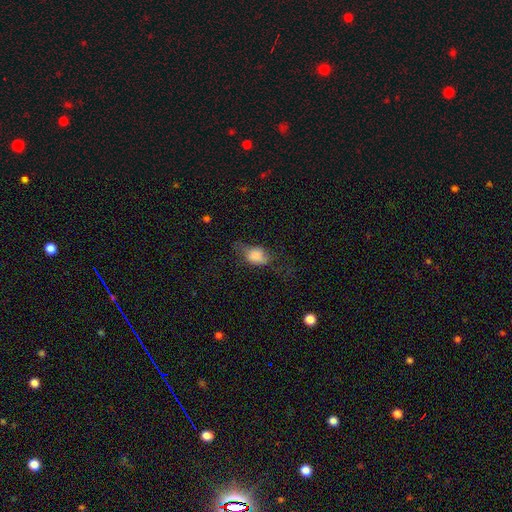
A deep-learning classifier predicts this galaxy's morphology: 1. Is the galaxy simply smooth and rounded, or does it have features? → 73% smooth, 17% featured or disk, 10% star or artifact.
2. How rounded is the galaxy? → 79% in between, 18% round, 4% cigar-shaped.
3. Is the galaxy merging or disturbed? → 37% none, 31% major disturbance, 30% minor disturbance, 3% merger.